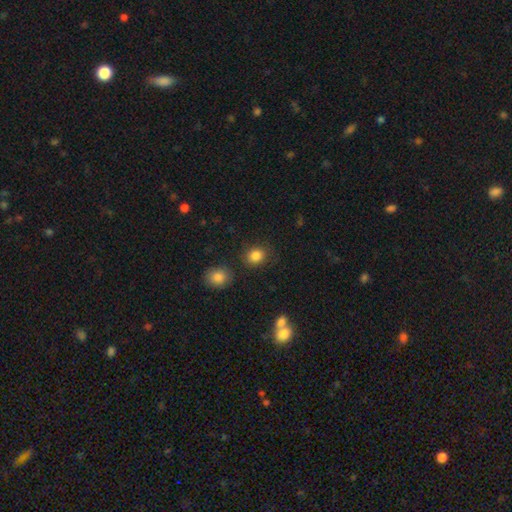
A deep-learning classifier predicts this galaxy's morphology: smooth_or_featured: smooth (p=0.85) [alt: star or artifact p=0.11]
how_rounded: round (p=0.72) [alt: in between p=0.27]
merging: none (p=0.81) [alt: minor disturbance p=0.11]